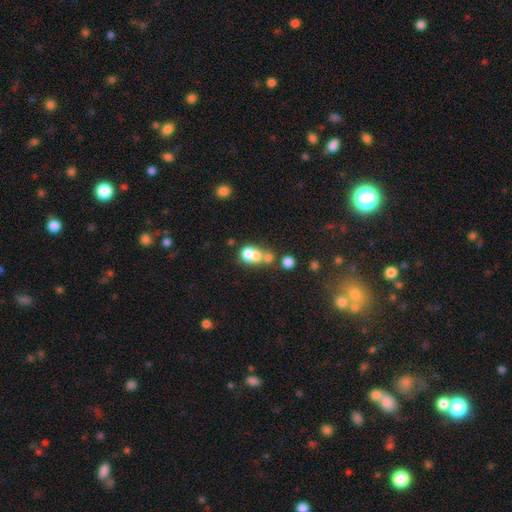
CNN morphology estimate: This appears to be a smooth galaxy with no disk features (65%) that is round (61%). Merging: merger (60%).